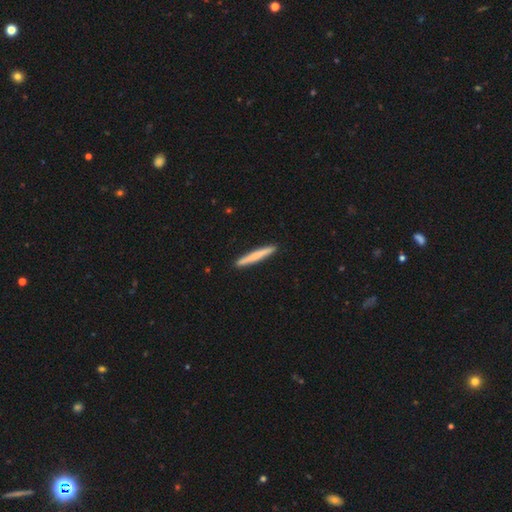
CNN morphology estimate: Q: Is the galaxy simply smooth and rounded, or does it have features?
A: smooth — 68%.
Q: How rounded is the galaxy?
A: cigar-shaped — 97%.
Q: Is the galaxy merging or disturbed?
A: none — 93%.